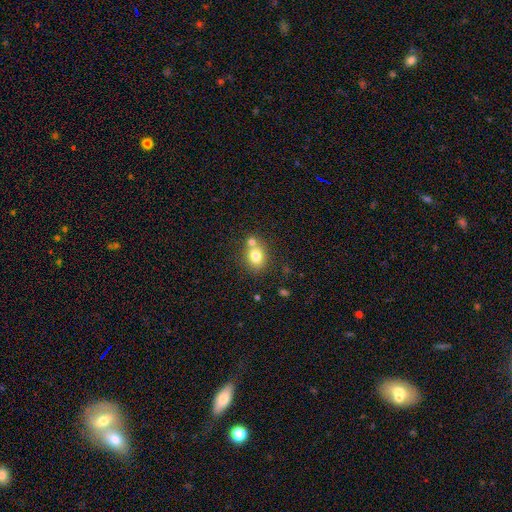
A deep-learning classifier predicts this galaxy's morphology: Smooth or featured: smooth — 77% (featured or disk — 13%)
How rounded: in between — 51% (round — 48%)
Merging: none — 57% (merger — 28%)